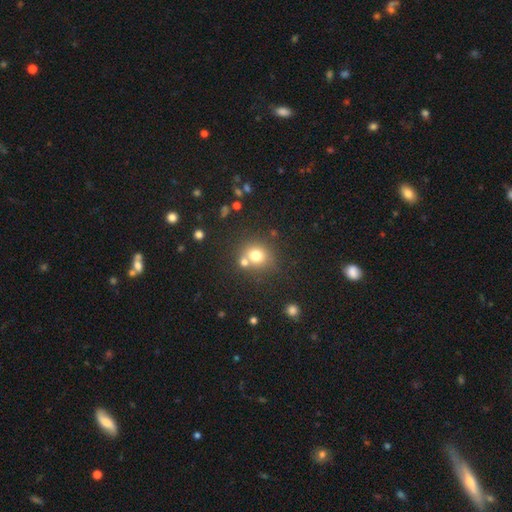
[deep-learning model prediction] smooth-or-featured: smooth: 73% | star or artifact: 16% | featured or disk: 12%
  how-rounded: round: 84% | in between: 15% | cigar-shaped: 1%
  merging: none: 62% | merger: 24% | minor disturbance: 10% | major disturbance: 4%